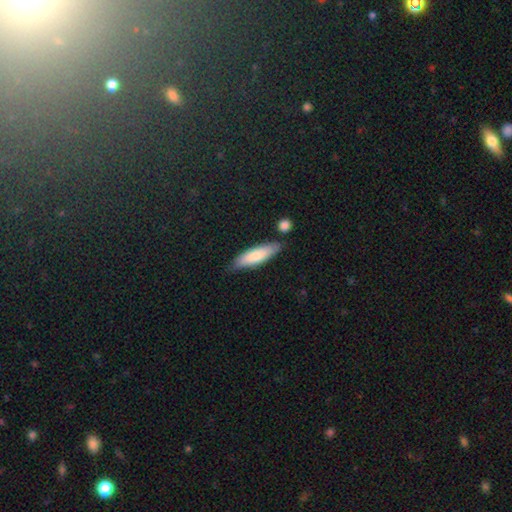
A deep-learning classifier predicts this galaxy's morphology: The model was most divided on "how rounded": cigar-shaped: 58%, in between: 41%, round: 2%. More confident: merging — none (77%); smooth or featured — smooth (76%).